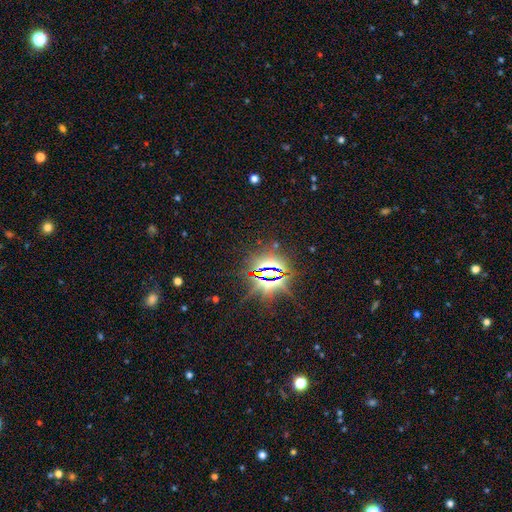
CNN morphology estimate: Smooth or featured? Predicted: star or artifact (p=0.84).